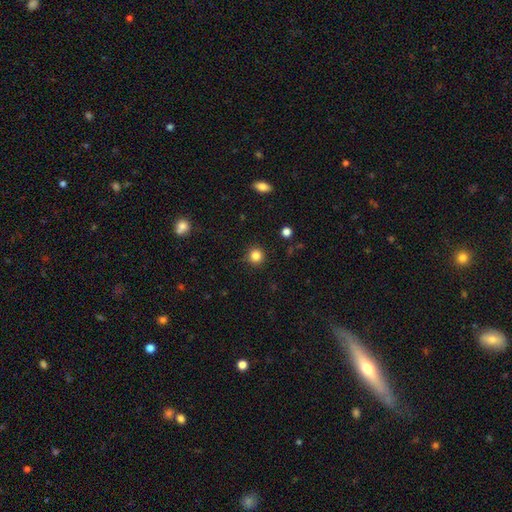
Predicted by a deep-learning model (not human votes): Smooth or featured? Predicted: smooth (p=0.84). How rounded? Predicted: round (p=0.94). Merging? Predicted: none (p=0.90).